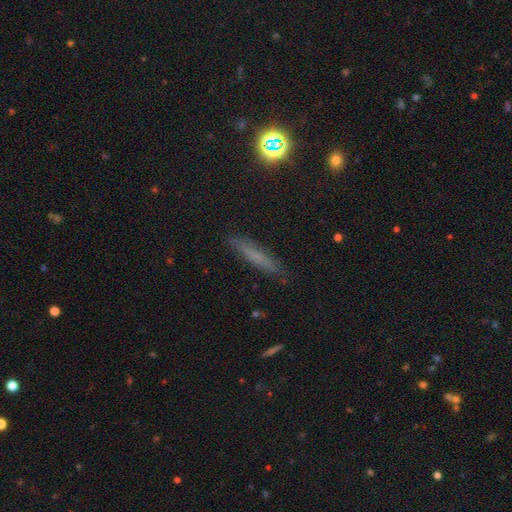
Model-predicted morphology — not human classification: smooth-or-featured: smooth: 57% | featured or disk: 29% | star or artifact: 14%
  how-rounded: cigar-shaped: 91% | in between: 7% | round: 2%
  merging: none: 86% | minor disturbance: 11% | major disturbance: 2% | merger: 1%